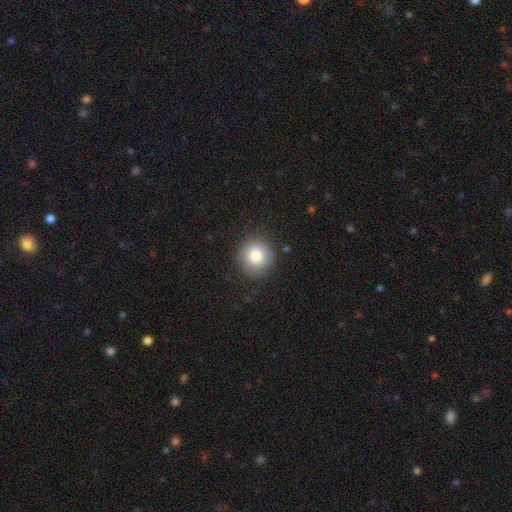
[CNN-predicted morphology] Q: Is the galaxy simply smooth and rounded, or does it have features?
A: smooth — 80%.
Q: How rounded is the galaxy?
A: round — 92%.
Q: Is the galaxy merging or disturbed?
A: none — 87%.